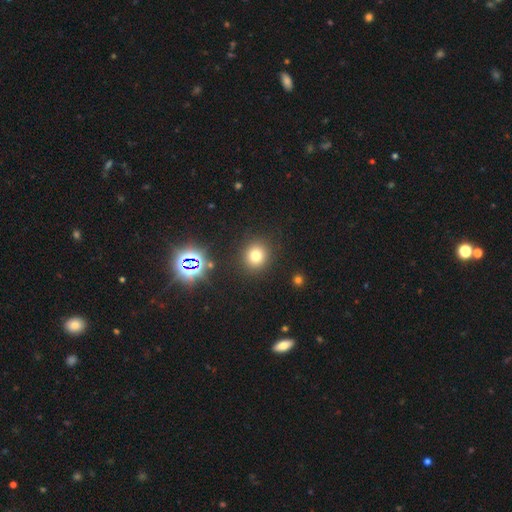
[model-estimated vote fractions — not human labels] Smooth or featured? Predicted: smooth (p=0.73). How rounded? Predicted: round (p=0.88). Merging? Predicted: none (p=0.89).